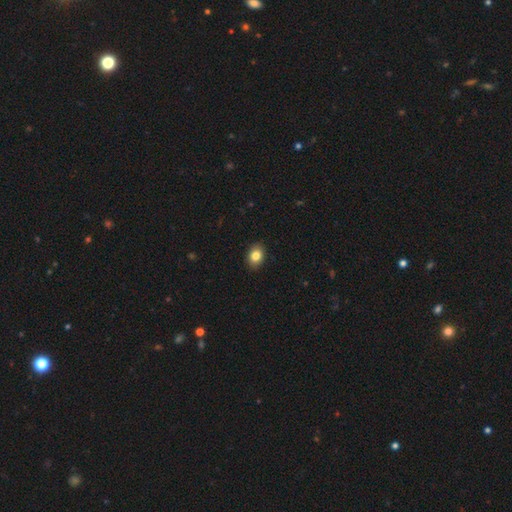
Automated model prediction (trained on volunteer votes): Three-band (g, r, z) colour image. It shows a smooth galaxy with no disk features (83%) that is in between round and cigar-shaped (74%). Merging: none (89%).